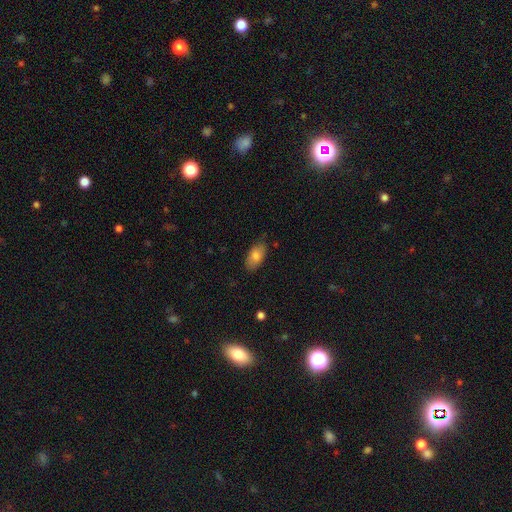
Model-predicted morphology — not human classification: Overall: smooth (80%). How rounded: in between (92%). Merging: none (77%).